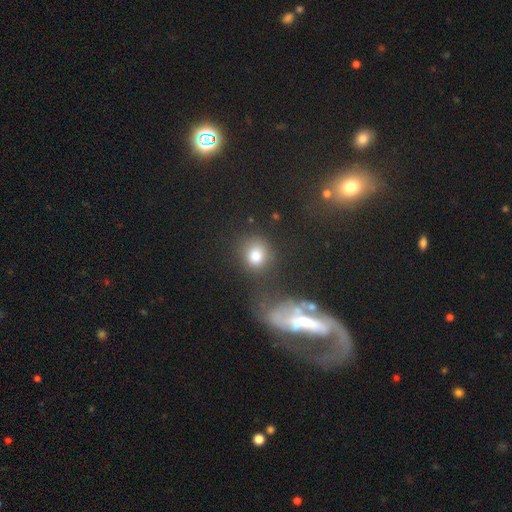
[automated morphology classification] Smooth or featured: smooth — 77% (star or artifact — 13%)
How rounded: round — 76% (in between — 22%)
Merging: none — 61% (minor disturbance — 16%)